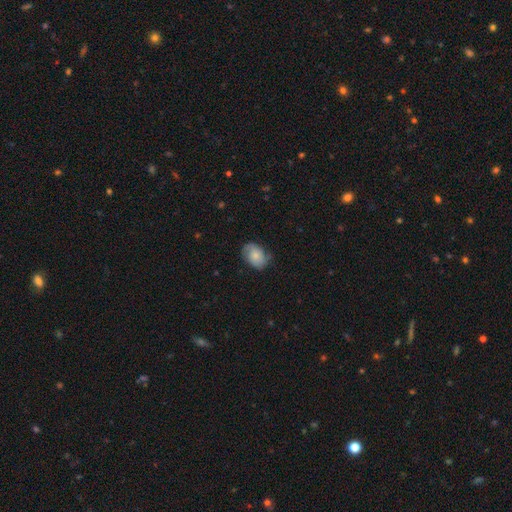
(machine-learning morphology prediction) The model was most divided on "smooth or featured": smooth: 60%, featured or disk: 32%, star or artifact: 7%. More confident: how rounded — in between (77%); merging — none (67%).